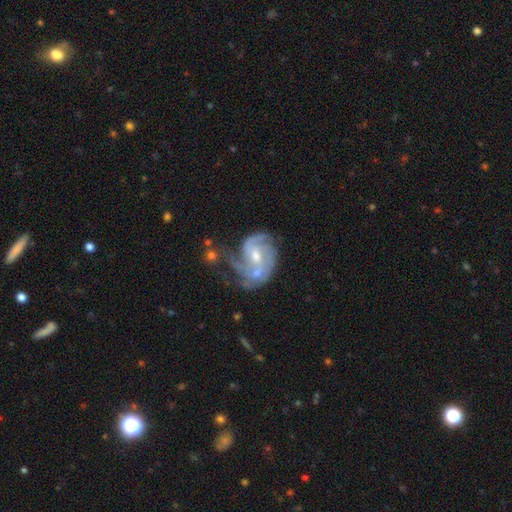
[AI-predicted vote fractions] This appears to be a featured or disk galaxy (87%) with a weak bar (46%), 2 (36%) medium (46%) spiral arms (95%) and a moderate central bulge (56%). Merging: none (43%).